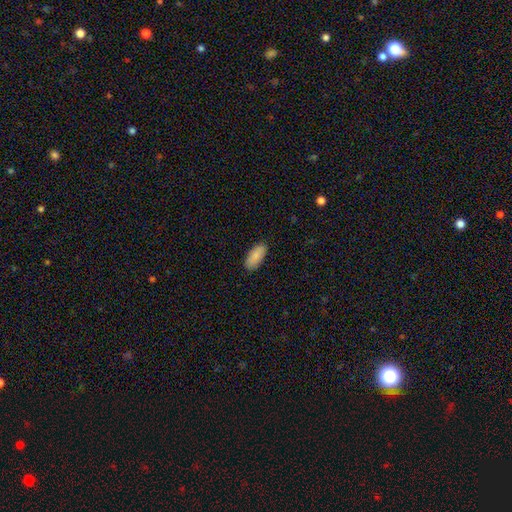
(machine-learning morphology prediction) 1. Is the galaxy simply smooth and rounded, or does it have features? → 88% smooth, 6% featured or disk, 6% star or artifact.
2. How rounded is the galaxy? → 86% in between, 12% cigar-shaped, 2% round.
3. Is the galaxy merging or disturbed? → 88% none, 9% minor disturbance, 2% major disturbance, 1% merger.